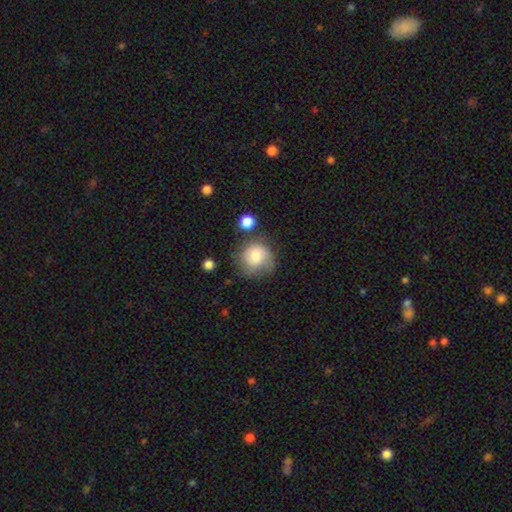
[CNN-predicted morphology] A smooth galaxy with no disk features (74%) that is round (85%).

Vote fractions:
- Smooth or featured? smooth: 74% / featured or disk: 18% / star or artifact: 8%
- How rounded? round: 85% / in between: 14% / cigar-shaped: 1%
- Merging? none: 56% / minor disturbance: 25% / major disturbance: 13% / merger: 6%